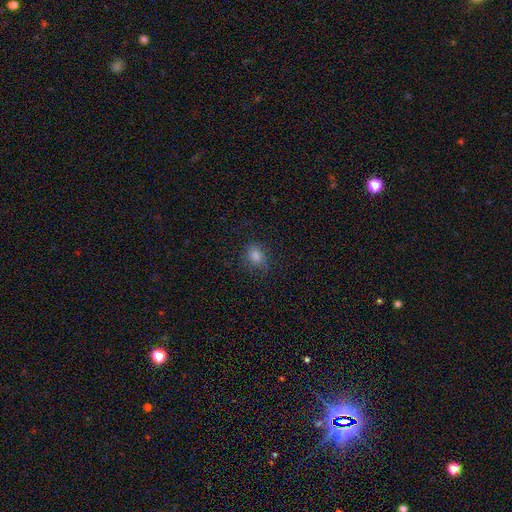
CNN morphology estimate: smooth 75%, star or artifact 15%, featured or disk 10%. Down the decision tree: how rounded — round (52%); merging — none (73%).